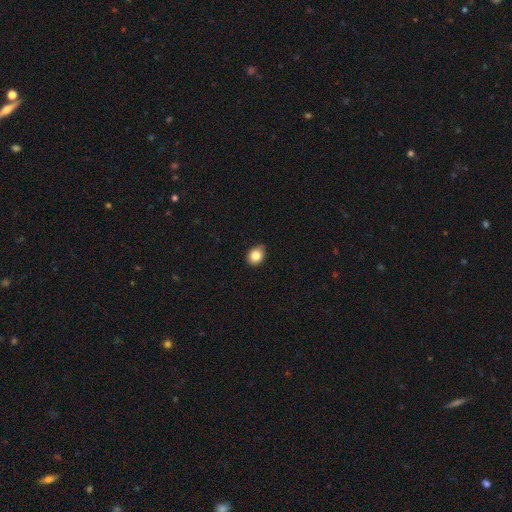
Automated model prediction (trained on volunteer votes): A smooth galaxy with no disk features (84%) that is round (53%). Merging: none (79%).